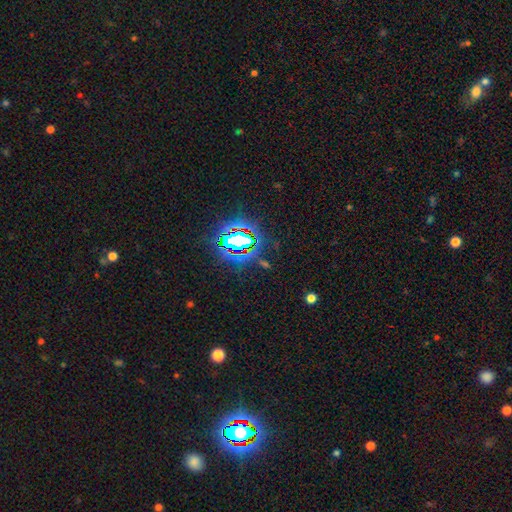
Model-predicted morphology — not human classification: This appears to be a star or artifact, not a galaxy (80%).